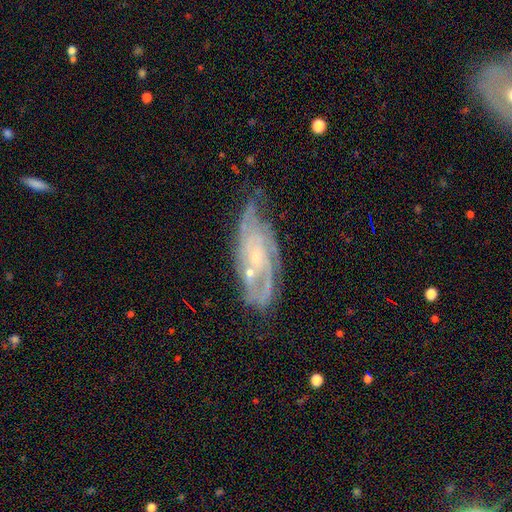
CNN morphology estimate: A featured or disk galaxy (82%) with no bar (66%), tight (58%) spiral arms (92%) and a small central bulge (74%). Merging: none (57%).